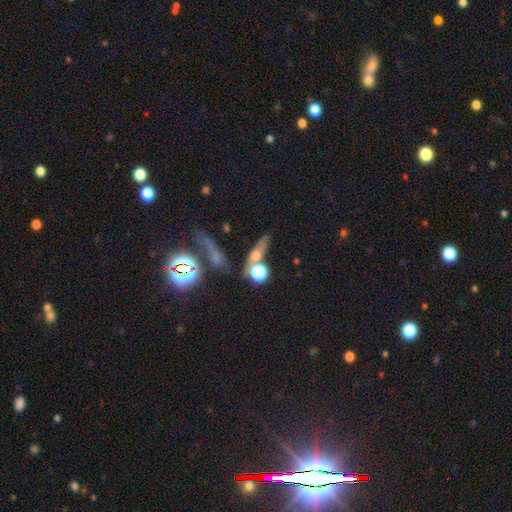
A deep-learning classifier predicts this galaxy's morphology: Q: Smooth or featured?
A: smooth (47%); runner-up: featured or disk (27%)
Q: Merging?
A: none (61%); runner-up: merger (19%)